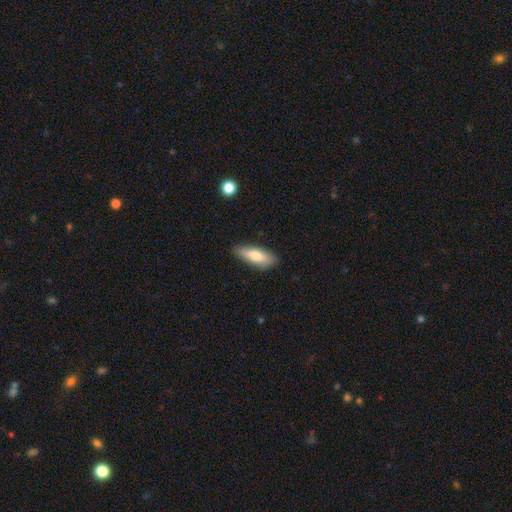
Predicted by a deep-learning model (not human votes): Smooth or featured?
  - smooth: 73% *
  - featured or disk: 21%
  - star or artifact: 6%
How rounded?
  - in between: 59% *
  - cigar-shaped: 39%
  - round: 2%
Merging?
  - none: 85% *
  - minor disturbance: 12%
  - major disturbance: 2%
  - merger: 1%